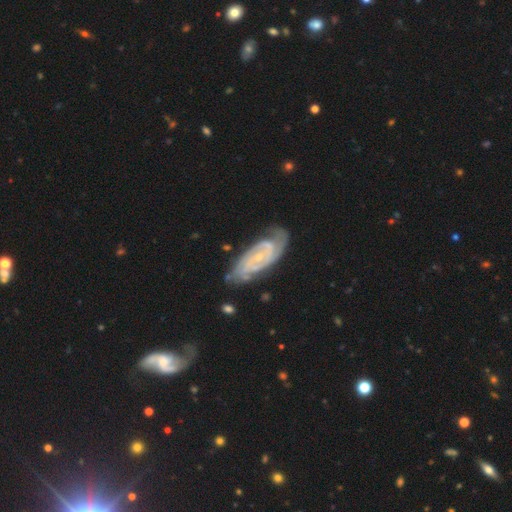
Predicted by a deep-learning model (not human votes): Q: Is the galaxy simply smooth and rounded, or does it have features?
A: featured or disk — 78%.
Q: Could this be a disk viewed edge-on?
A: no — 92%.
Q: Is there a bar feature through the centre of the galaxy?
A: no — 65%.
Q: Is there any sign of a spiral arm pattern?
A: yes — 95%.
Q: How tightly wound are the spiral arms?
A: tight — 62%.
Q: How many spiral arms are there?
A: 2 — 46%.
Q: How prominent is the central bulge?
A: small — 76%.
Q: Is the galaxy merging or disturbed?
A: none — 71%.